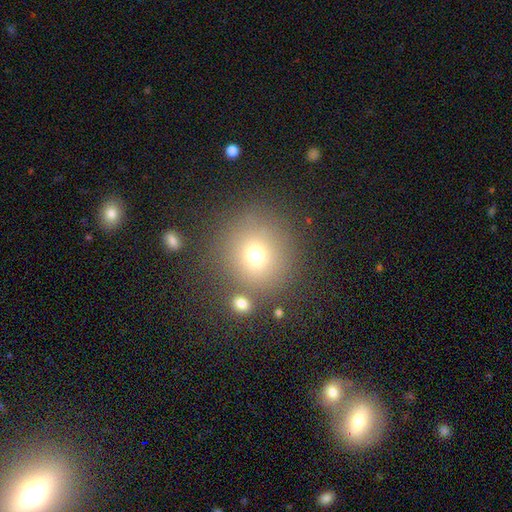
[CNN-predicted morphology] Smooth or featured? Predicted: smooth (p=0.71). How rounded? Predicted: round (p=0.91). Merging? Predicted: none (p=0.79).